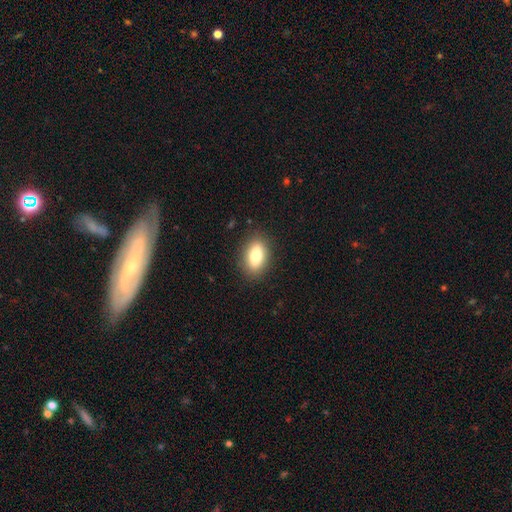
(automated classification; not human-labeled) Smooth or featured? Predicted: smooth (p=0.81). How rounded? Predicted: in between (p=0.86). Merging? Predicted: none (p=0.87).